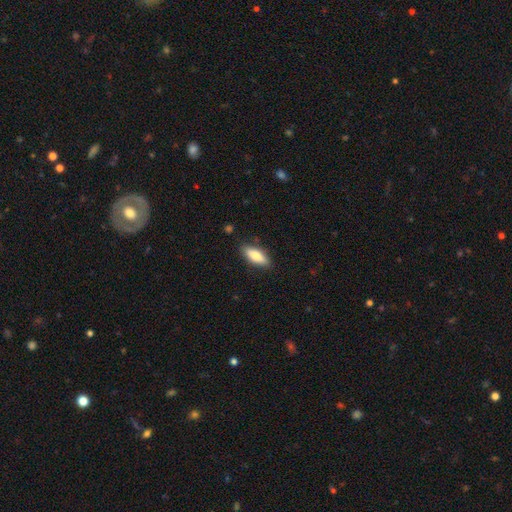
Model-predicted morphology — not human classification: The model was most divided on "how rounded": in between: 66%, cigar-shaped: 31%, round: 2%. More confident: merging — none (86%); smooth or featured — smooth (76%).